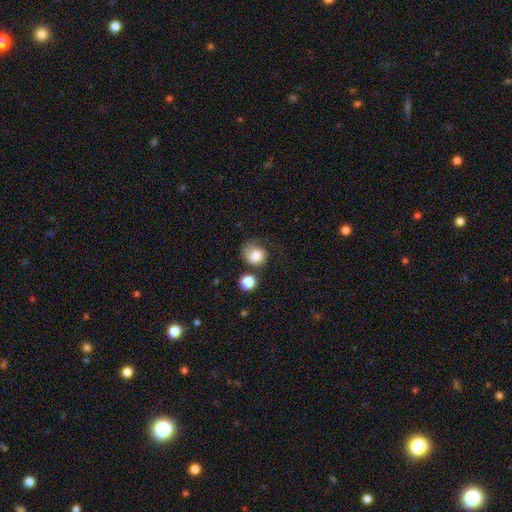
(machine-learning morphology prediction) type=smooth (74%); roundness=round (74%); merging=none (42%).